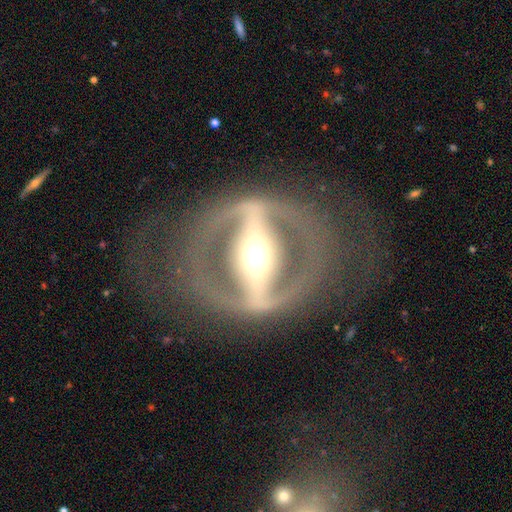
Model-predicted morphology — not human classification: type=featured or disk (87%); edge-on=no (84%); bar=strong (86%); spiral arms=yes (51%); bulge=moderate (64%); merging=none (66%).